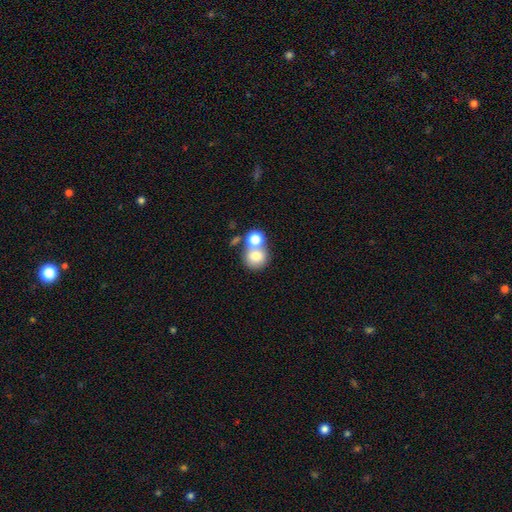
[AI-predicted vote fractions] smooth-or-featured: smooth: 75% | featured or disk: 14% | star or artifact: 11%
  how-rounded: round: 78% | in between: 21% | cigar-shaped: 1%
  merging: merger: 52% | none: 37% | minor disturbance: 7% | major disturbance: 4%